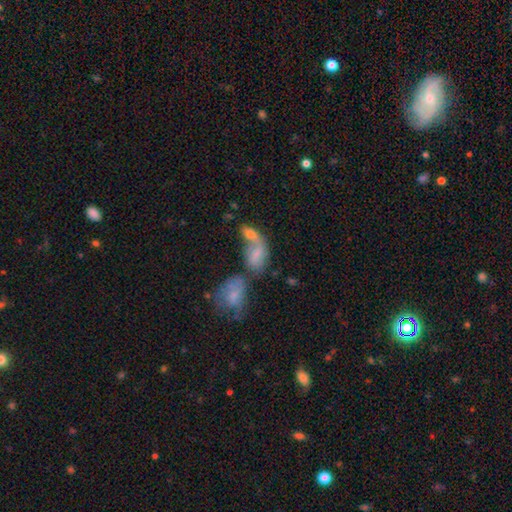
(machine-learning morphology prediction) Overall: smooth (58%; featured or disk 29%). How rounded: in between (86%). Merging: merger (62%).